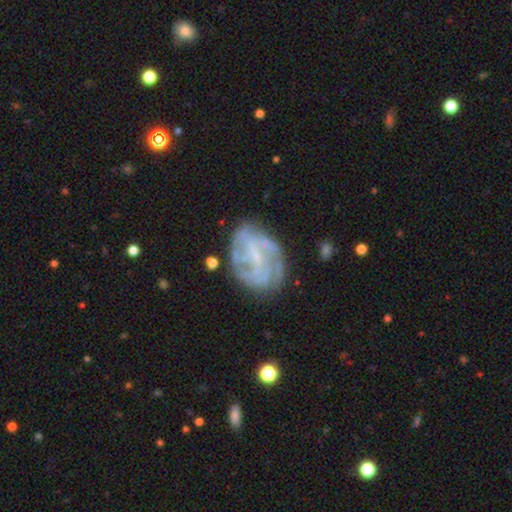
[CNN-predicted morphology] Smooth or featured: featured or disk — 77% (smooth — 15%)
Edge-on disk: no — 97% (yes — 3%)
Bar: weak — 45% (no — 35%)
Spiral arms: yes — 86% (no — 14%)
Spiral winding: tight — 47% (medium — 37%)
Spiral arm count: can't tell — 35% (3 — 20%)
Bulge size: small — 59% (none — 25%)
Merging: none — 72% (minor disturbance — 17%)